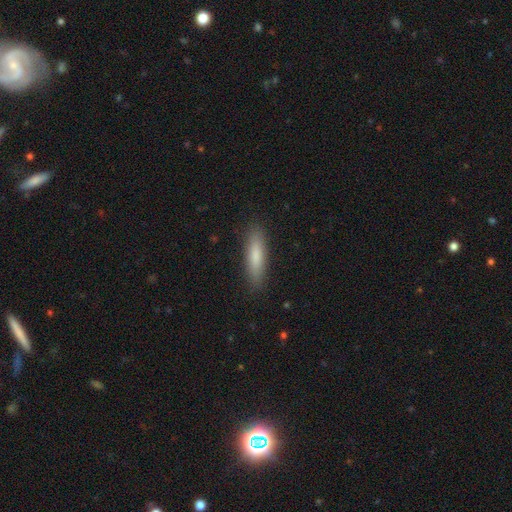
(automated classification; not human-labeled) This is clearly a smooth galaxy (80%). How rounded: likely cigar-shaped (75%). Merging: clearly none (89%).